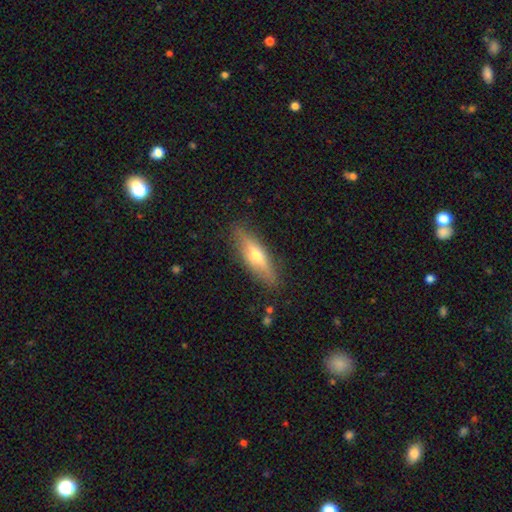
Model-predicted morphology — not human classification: Smooth or featured? featured or disk (53%)
Edge-on disk? yes (88%)
Merging? none (86%)